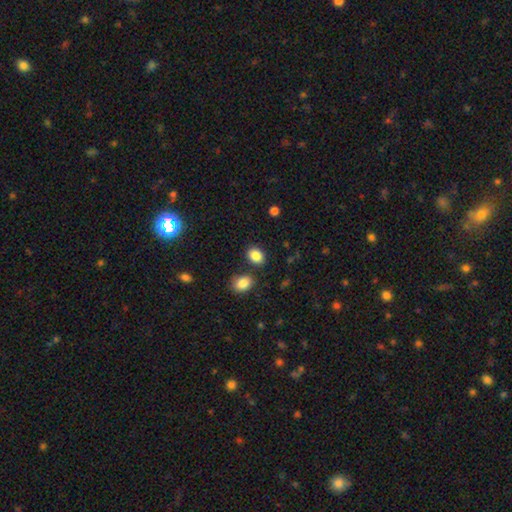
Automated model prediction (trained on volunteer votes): Q: Smooth or featured?
A: smooth (86%); runner-up: star or artifact (9%)
Q: How rounded?
A: in between (69%); runner-up: round (30%)
Q: Merging?
A: none (79%); runner-up: minor disturbance (10%)